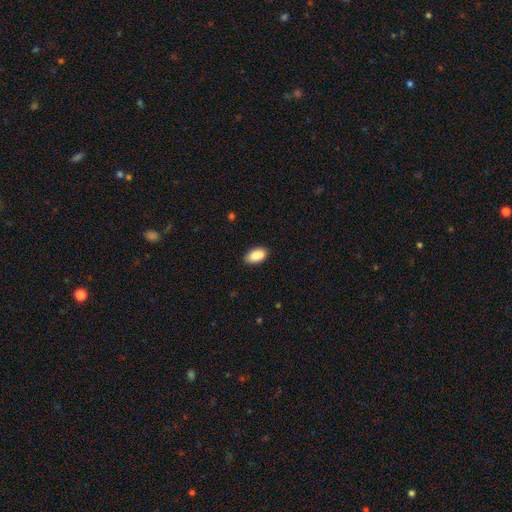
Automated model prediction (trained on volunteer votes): smooth_or_featured: smooth (p=0.81) [alt: featured or disk p=0.12]
how_rounded: in between (p=0.91) [alt: round p=0.06]
merging: none (p=0.65) [alt: merger p=0.16]